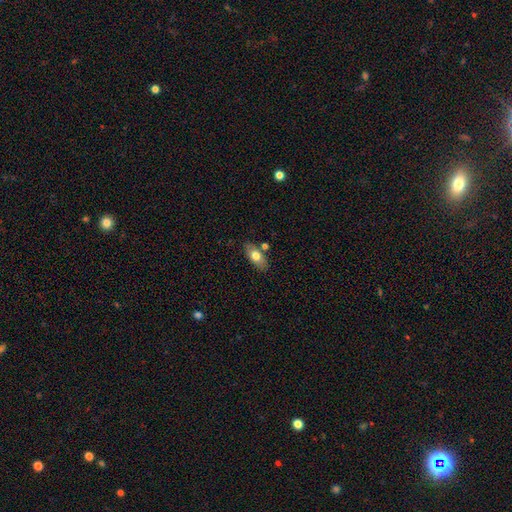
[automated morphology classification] smooth 71%, featured or disk 23%, star or artifact 7%. Down the decision tree: how rounded — in between (87%); merging — none (77%).